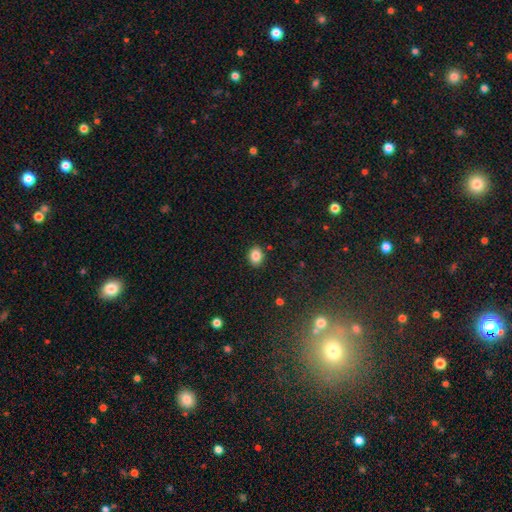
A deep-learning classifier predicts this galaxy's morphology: The model was most divided on "how rounded": in between: 50%, round: 49%, cigar-shaped: 1%. More confident: merging — none (89%); smooth or featured — smooth (85%).